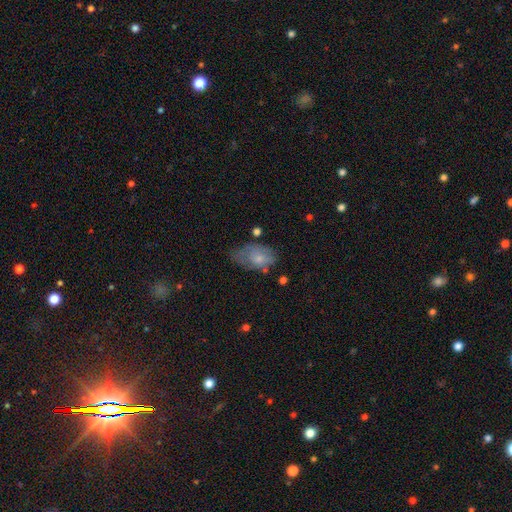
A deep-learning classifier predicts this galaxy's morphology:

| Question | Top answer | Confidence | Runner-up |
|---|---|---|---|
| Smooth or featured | smooth | 48% | featured or disk (37%) |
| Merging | none | 54% | minor disturbance (30%) |